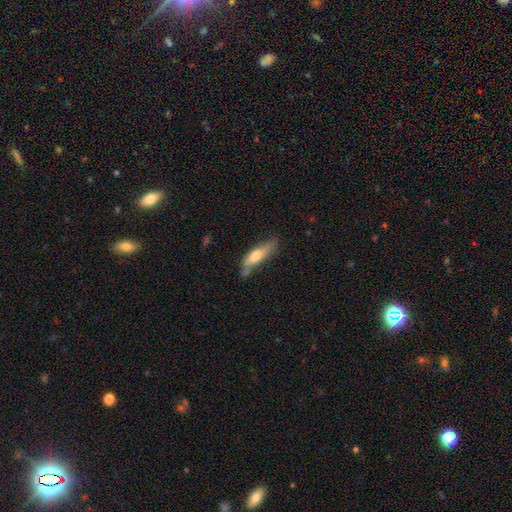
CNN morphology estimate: Smooth or featured? smooth (60%)
How rounded? cigar-shaped (69%)
Merging? none (56%)